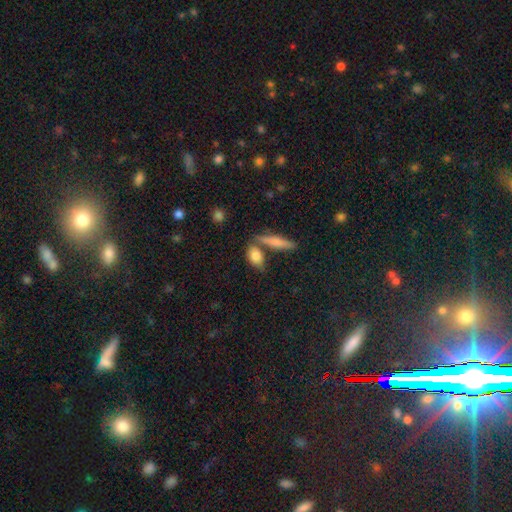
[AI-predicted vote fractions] Smooth or featured? Predicted: smooth (p=0.80). How rounded? Predicted: in between (p=0.75). Merging? Predicted: none (p=0.57).